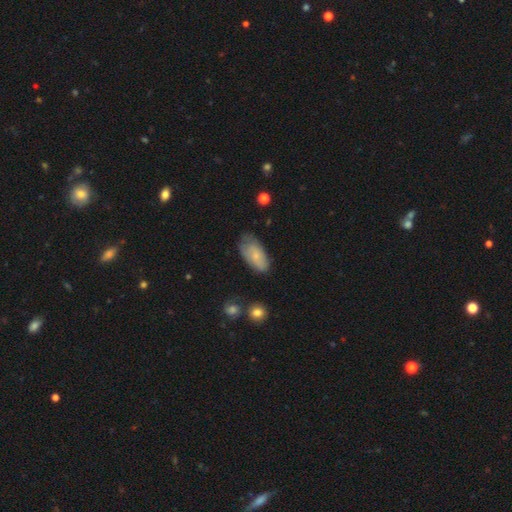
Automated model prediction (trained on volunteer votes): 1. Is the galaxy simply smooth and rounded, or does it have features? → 67% smooth, 26% featured or disk, 7% star or artifact.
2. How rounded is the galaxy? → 92% in between, 5% cigar-shaped, 3% round.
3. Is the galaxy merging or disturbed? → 59% none, 31% minor disturbance, 8% major disturbance, 2% merger.